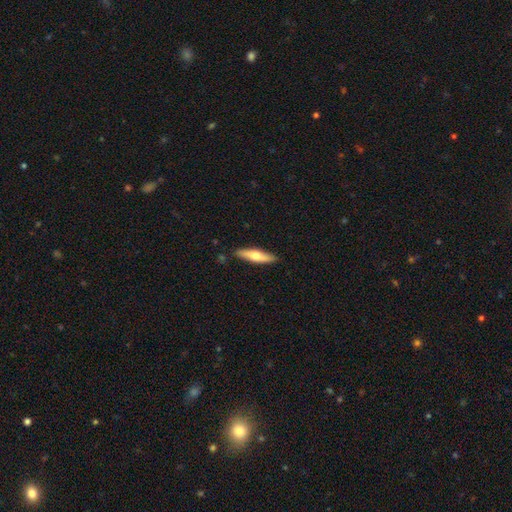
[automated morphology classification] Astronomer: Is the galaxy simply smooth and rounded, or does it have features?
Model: smooth — 55% (runner-up: featured or disk, 40%).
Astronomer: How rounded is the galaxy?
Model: cigar-shaped — 73%.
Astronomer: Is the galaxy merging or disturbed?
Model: none — 86%.